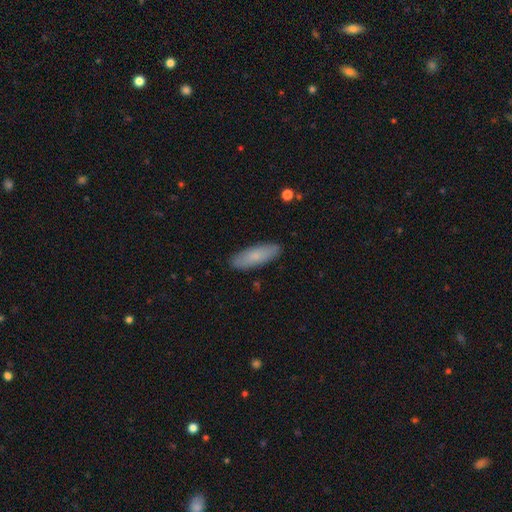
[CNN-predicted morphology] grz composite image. It shows a smooth galaxy with no disk features (77%) that is in between round and cigar-shaped (56%). Merging: none (88%).